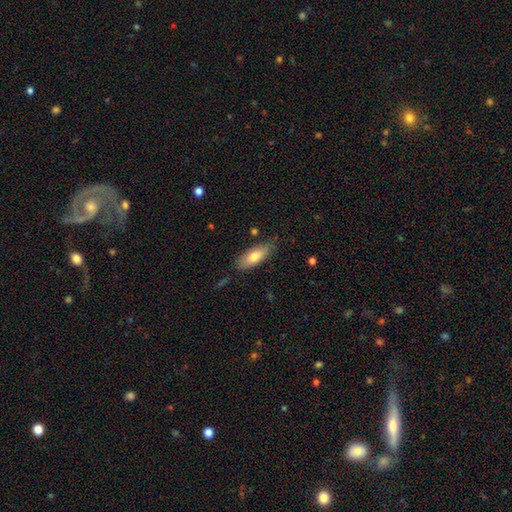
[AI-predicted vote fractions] Smooth or featured? smooth (67%)
How rounded? in between (67%)
Merging? none (79%)